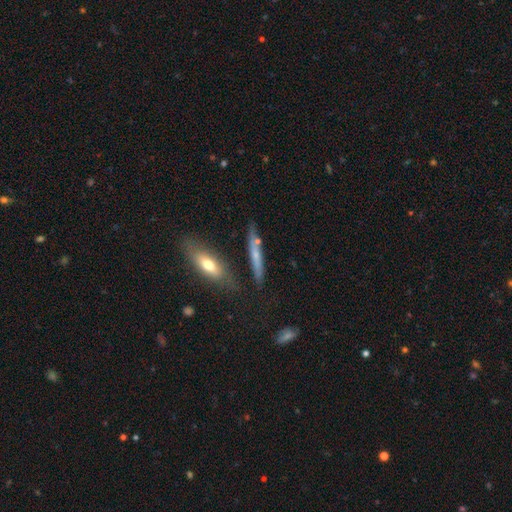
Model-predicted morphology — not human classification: This appears to be a smooth galaxy with no disk features (48%). Merging: none (72%).